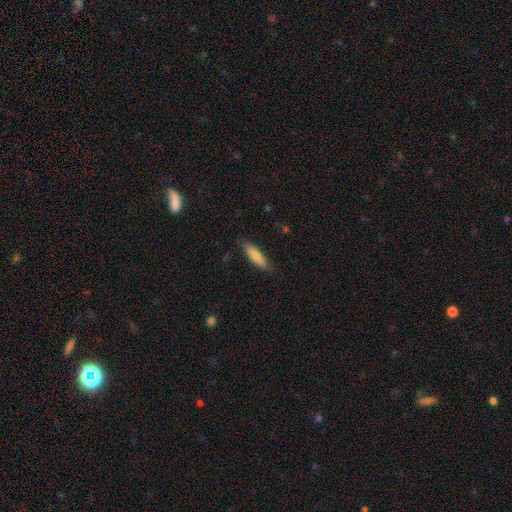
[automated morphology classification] Smooth or featured: smooth — 79% (featured or disk — 15%)
How rounded: cigar-shaped — 58% (in between — 40%)
Merging: none — 84% (minor disturbance — 12%)